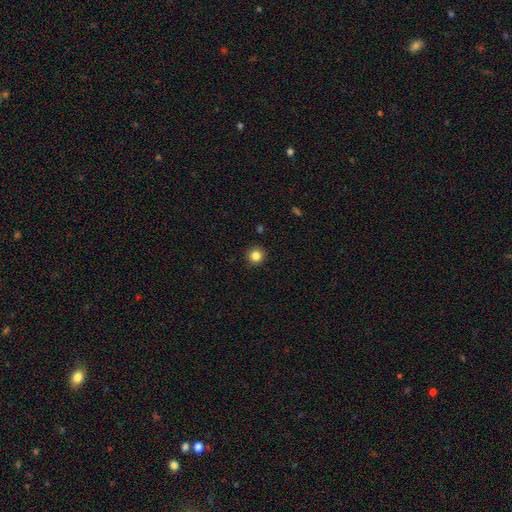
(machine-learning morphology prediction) type=smooth (83%); roundness=round (95%); merging=none (92%).